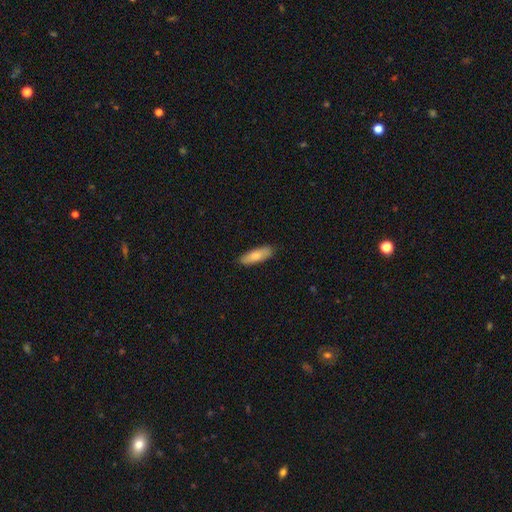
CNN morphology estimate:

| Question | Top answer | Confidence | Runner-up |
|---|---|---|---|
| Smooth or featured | smooth | 79% | featured or disk (15%) |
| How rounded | in between | 54% | cigar-shaped (44%) |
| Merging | none | 86% | minor disturbance (11%) |